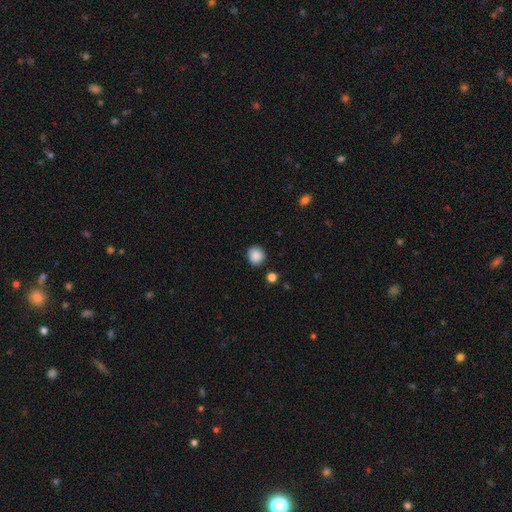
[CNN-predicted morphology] This appears to be a smooth galaxy with no disk features (88%) that is round (87%). Merging: none (87%).